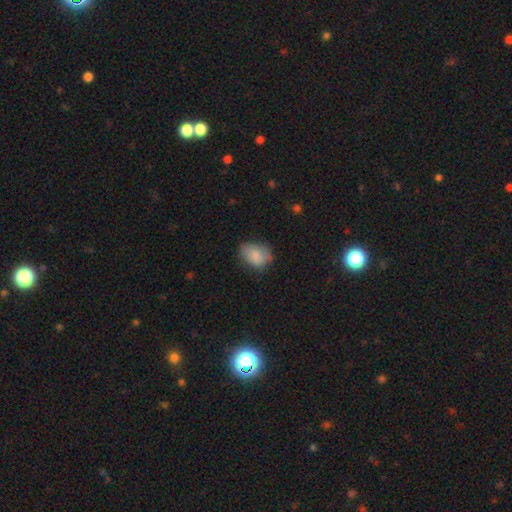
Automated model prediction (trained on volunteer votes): smooth-or-featured: smooth: 82% | featured or disk: 10% | star or artifact: 8%
  how-rounded: in between: 73% | round: 26% | cigar-shaped: 1%
  merging: none: 60% | minor disturbance: 31% | major disturbance: 8% | merger: 2%